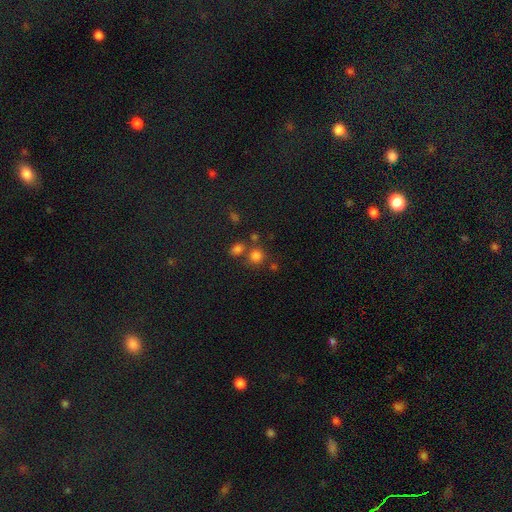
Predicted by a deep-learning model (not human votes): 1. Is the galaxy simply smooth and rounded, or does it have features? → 77% smooth, 16% star or artifact, 7% featured or disk.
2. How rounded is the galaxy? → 84% round, 15% in between, 1% cigar-shaped.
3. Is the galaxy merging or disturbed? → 65% none, 21% merger, 10% minor disturbance, 4% major disturbance.